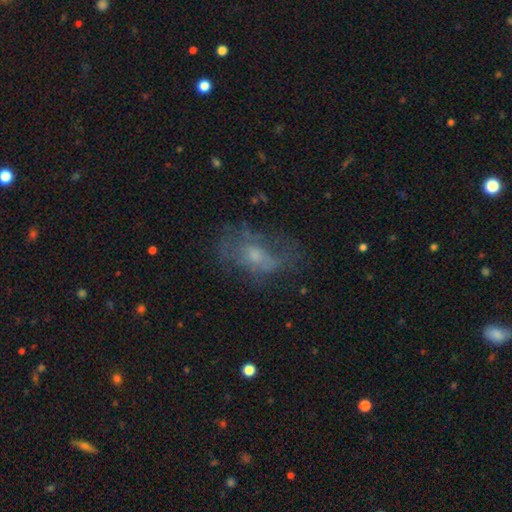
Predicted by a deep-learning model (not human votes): A featured or disk galaxy (48%). Merging: none (47%).